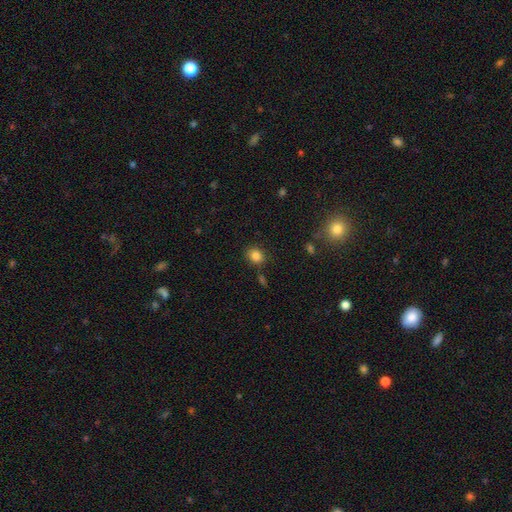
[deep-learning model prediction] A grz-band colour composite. It shows a smooth galaxy with no disk features (84%) that is round (61%). Merging: none (82%).